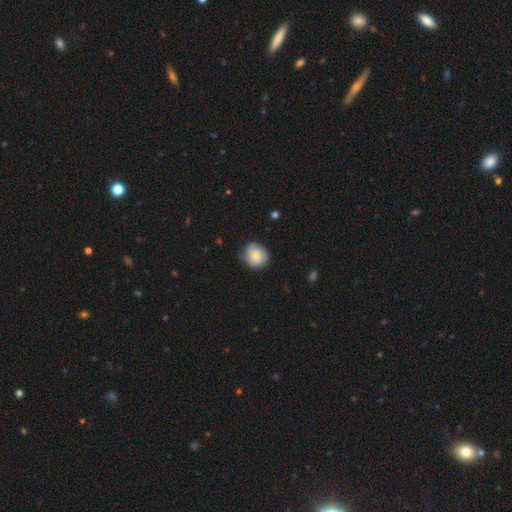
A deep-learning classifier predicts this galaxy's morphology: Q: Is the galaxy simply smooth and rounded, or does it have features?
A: smooth — 76%.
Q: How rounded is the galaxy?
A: round — 83%.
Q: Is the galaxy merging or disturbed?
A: none — 78%.